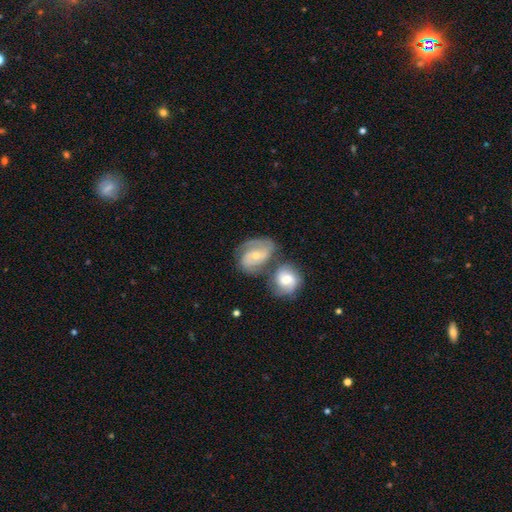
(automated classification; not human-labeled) This is likely a featured or disk galaxy (77%). It is clearly not viewed edge-on (97%). Bar: possibly no (51%). Spiral arm pattern: clearly yes (94%). Spiral arm count: likely 2 (68%). Spiral winding: possibly medium (47%). Central bulge: possibly moderate (51%). Merging: marginally none (42%).